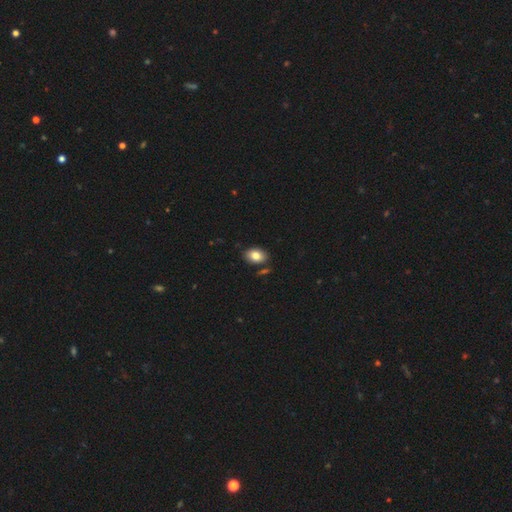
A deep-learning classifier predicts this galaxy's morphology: Smooth or featured? smooth (82%)
How rounded? in between (84%)
Merging? none (83%)